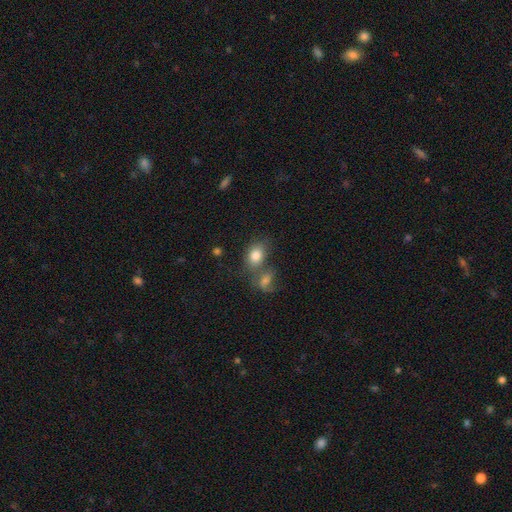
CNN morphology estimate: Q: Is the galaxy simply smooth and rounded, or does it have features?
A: smooth — 80%.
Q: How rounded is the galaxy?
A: in between — 70%.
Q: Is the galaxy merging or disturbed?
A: none — 47%.